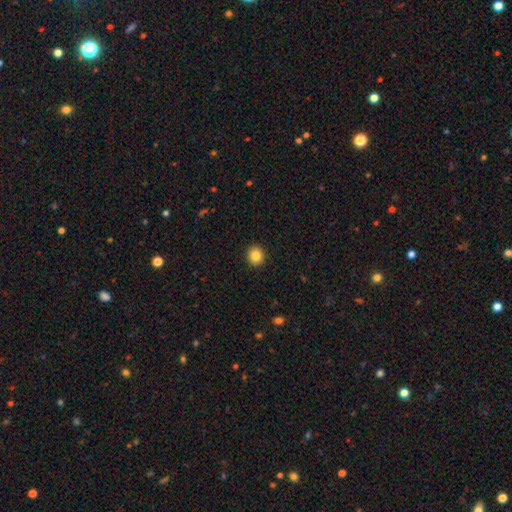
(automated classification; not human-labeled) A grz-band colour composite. It shows a smooth galaxy with no disk features (84%) that is round (83%). Merging: none (92%).